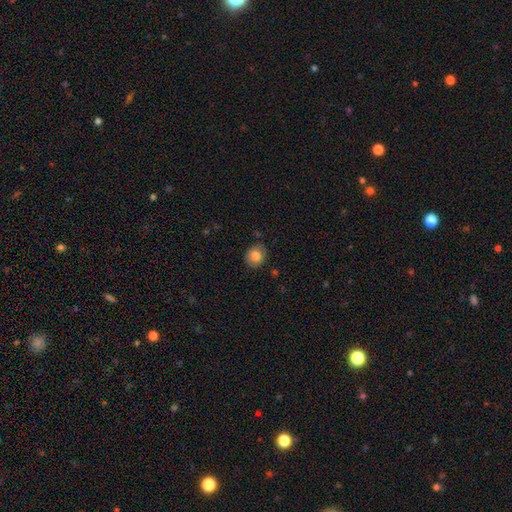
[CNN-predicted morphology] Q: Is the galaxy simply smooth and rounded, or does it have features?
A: smooth — 81%.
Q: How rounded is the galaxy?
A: round — 73%.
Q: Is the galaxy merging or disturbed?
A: none — 83%.